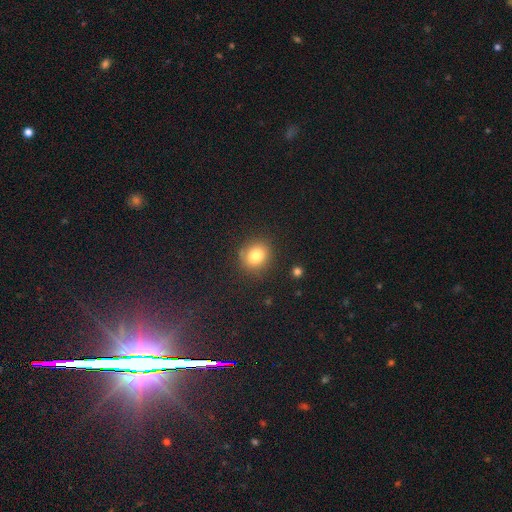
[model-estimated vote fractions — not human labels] The model was most divided on "how rounded": round: 78%, in between: 21%, cigar-shaped: 1%. More confident: merging — none (83%); smooth or featured — smooth (80%).